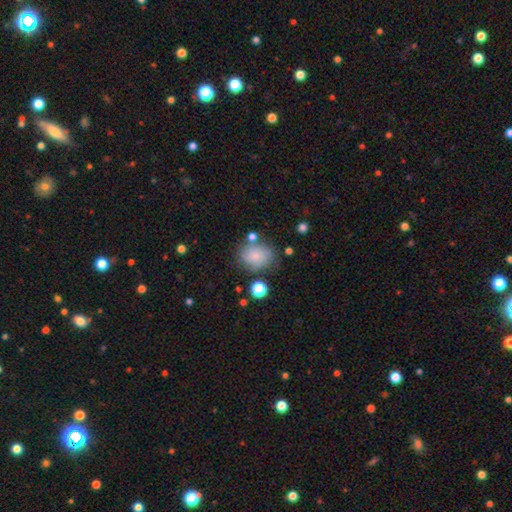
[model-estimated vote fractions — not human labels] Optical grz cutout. It shows a smooth galaxy with no disk features (74%) that is round (57%). Merging: none (64%).